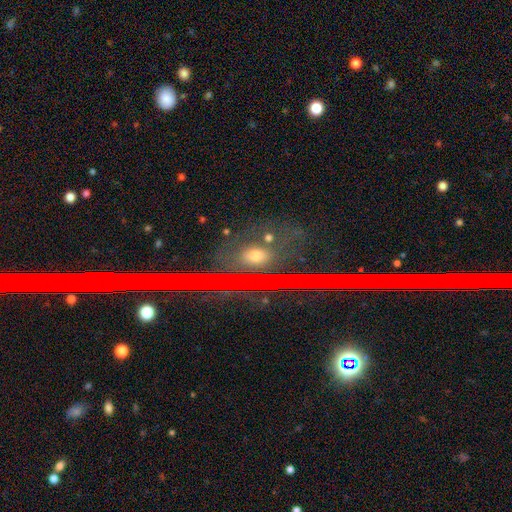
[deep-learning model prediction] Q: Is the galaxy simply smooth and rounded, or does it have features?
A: smooth — 49%.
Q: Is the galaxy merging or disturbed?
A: none — 79%.